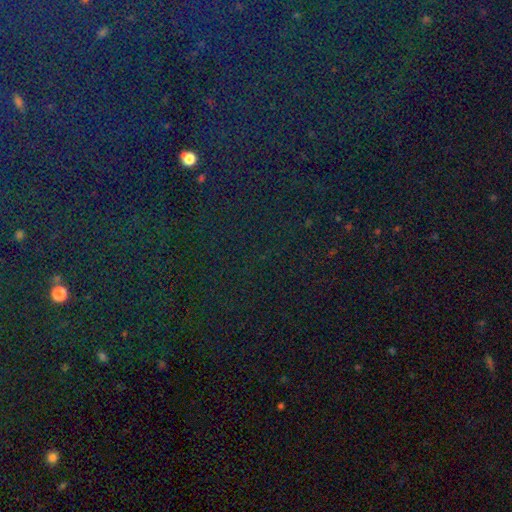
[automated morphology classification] smooth_or_featured: star or artifact (p=0.82) [alt: smooth p=0.10]